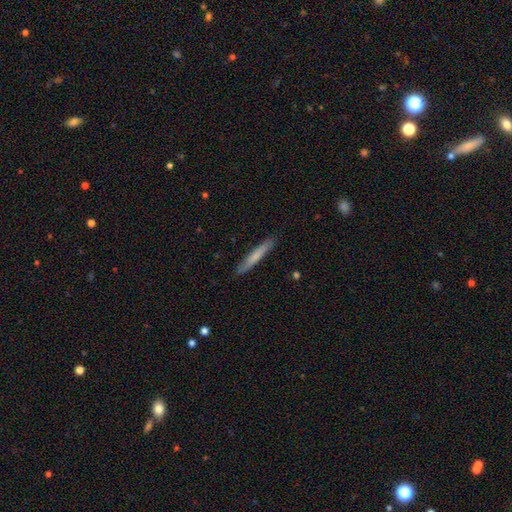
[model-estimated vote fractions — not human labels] This is likely a smooth galaxy (68%). How rounded: clearly cigar-shaped (95%). Merging: clearly none (88%).